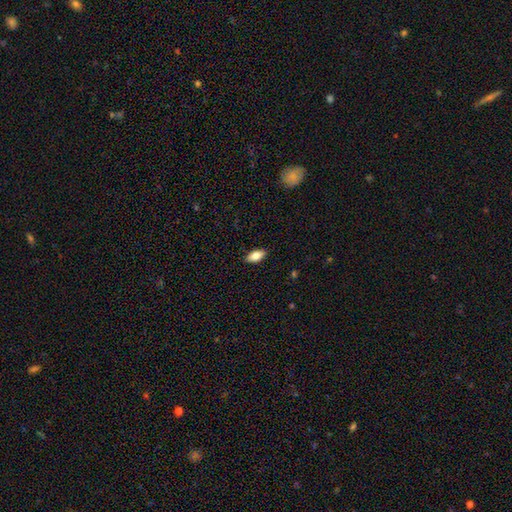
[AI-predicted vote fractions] Q: Smooth or featured?
A: smooth (78%); runner-up: featured or disk (15%)
Q: How rounded?
A: in between (87%); runner-up: cigar-shaped (10%)
Q: Merging?
A: none (88%); runner-up: minor disturbance (9%)